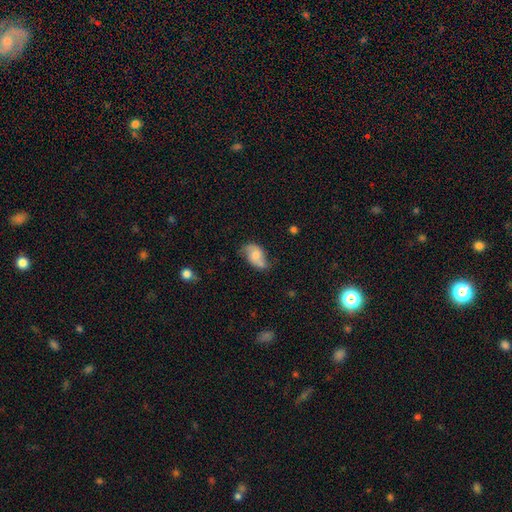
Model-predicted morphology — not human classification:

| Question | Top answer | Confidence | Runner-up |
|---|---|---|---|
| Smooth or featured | smooth | 50% | featured or disk (42%) |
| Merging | none | 51% | minor disturbance (32%) |